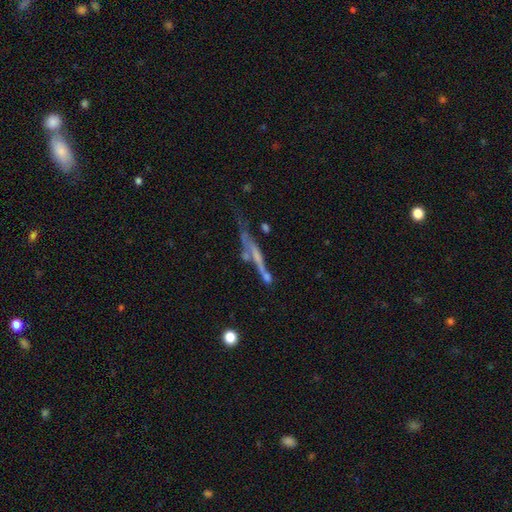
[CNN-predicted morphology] Smooth or featured?
  - featured or disk: 60% *
  - smooth: 26%
  - star or artifact: 14%
Edge-on disk?
  - yes: 75% *
  - no: 25%
Merging?
  - none: 39% *
  - merger: 22%
  - major disturbance: 20%
  - minor disturbance: 19%